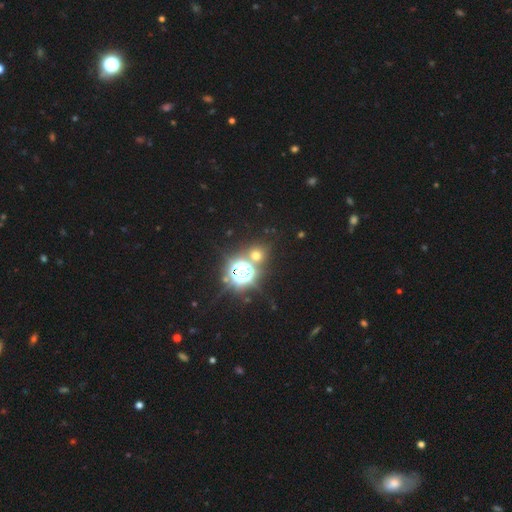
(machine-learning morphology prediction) A star or artifact, not a galaxy (49%).

Vote fractions:
- Smooth or featured? star or artifact: 49% / smooth: 44% / featured or disk: 8%